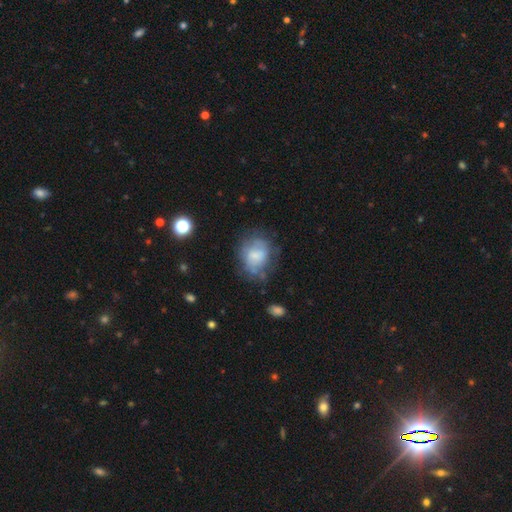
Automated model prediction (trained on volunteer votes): Overall: smooth (57%; featured or disk 34%). How rounded: round (51%; in between 48%). Merging: none (52%; minor disturbance 26%).